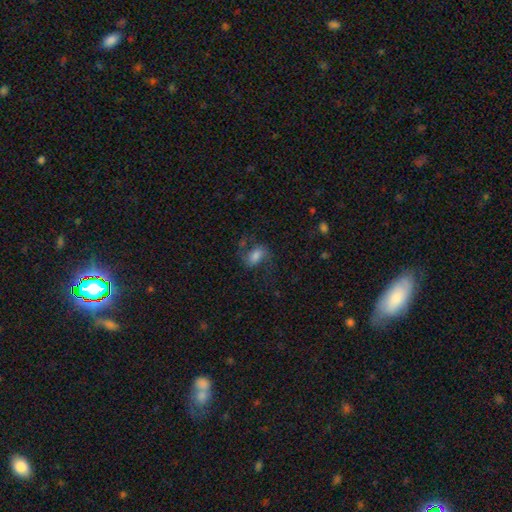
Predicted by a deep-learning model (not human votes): This is possibly a featured or disk galaxy (46%). Merging: possibly none (59%).